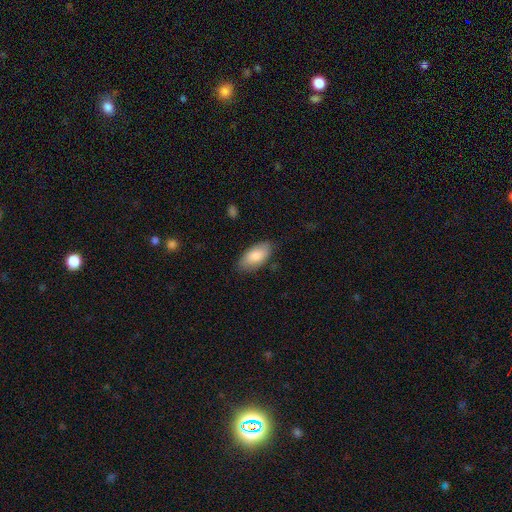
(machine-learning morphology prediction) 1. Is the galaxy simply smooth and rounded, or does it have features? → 83% smooth, 11% featured or disk, 6% star or artifact.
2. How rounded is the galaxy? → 93% in between, 5% cigar-shaped, 2% round.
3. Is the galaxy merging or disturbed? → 80% none, 15% minor disturbance, 3% major disturbance, 1% merger.